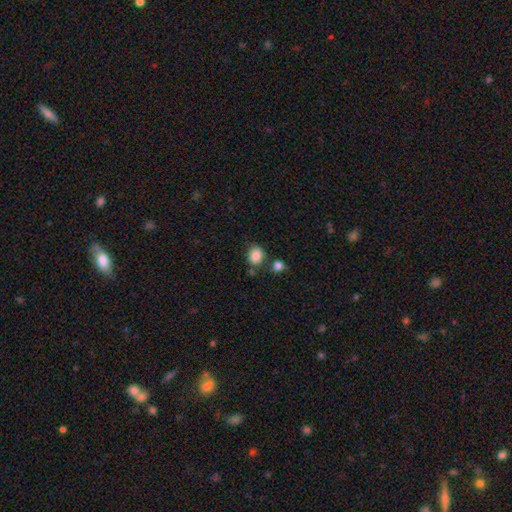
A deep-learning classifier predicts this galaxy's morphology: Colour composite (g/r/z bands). It shows a smooth galaxy with no disk features (85%) that is round (62%). Merging: none (71%).